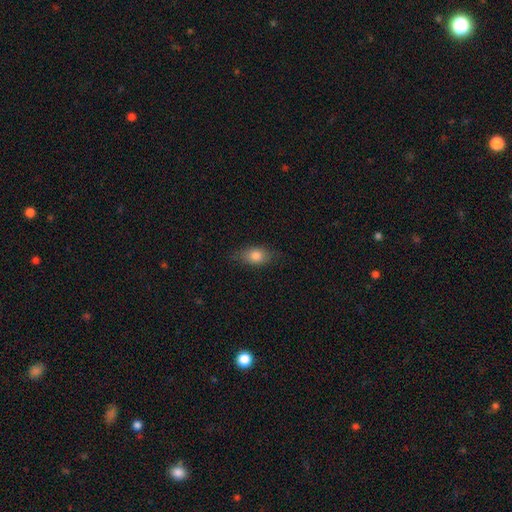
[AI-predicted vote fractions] This is likely a smooth galaxy (79%). How rounded: likely in between (80%). Merging: likely none (76%).